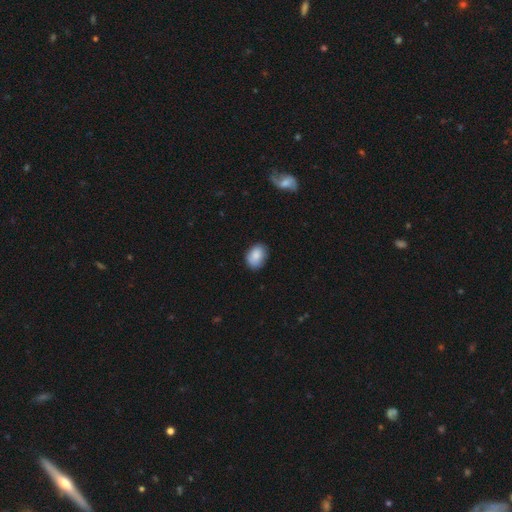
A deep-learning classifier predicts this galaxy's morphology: smooth 86%, featured or disk 7%, star or artifact 7%. Down the decision tree: how rounded — in between (81%); merging — none (80%).